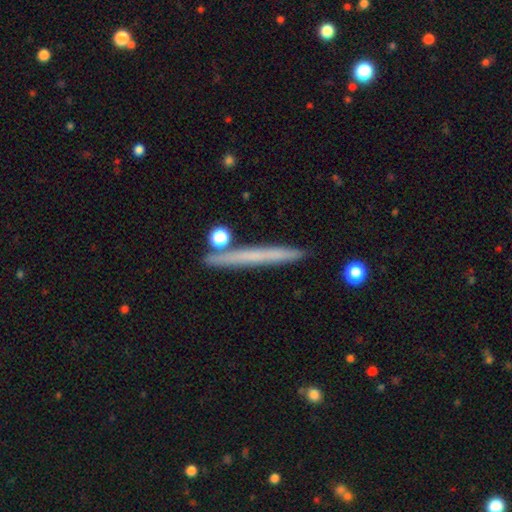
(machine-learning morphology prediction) A smooth galaxy with no disk features (46%).

Vote fractions:
- Smooth or featured? smooth: 46% / featured or disk: 45% / star or artifact: 9%
- Merging? none: 84% / minor disturbance: 9% / merger: 4% / major disturbance: 2%